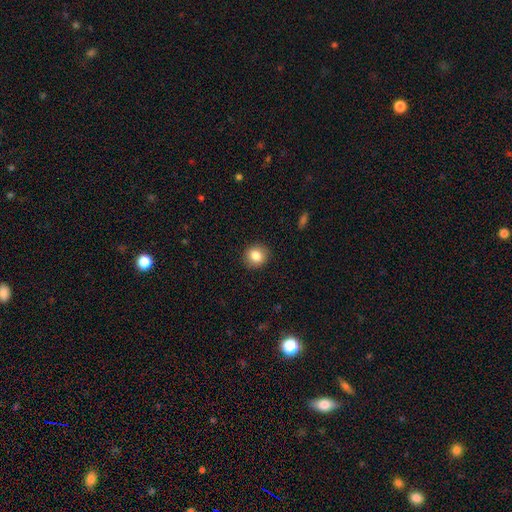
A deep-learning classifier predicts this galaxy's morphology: This appears to be a smooth galaxy with no disk features (83%) that is round (83%). Merging: none (90%).